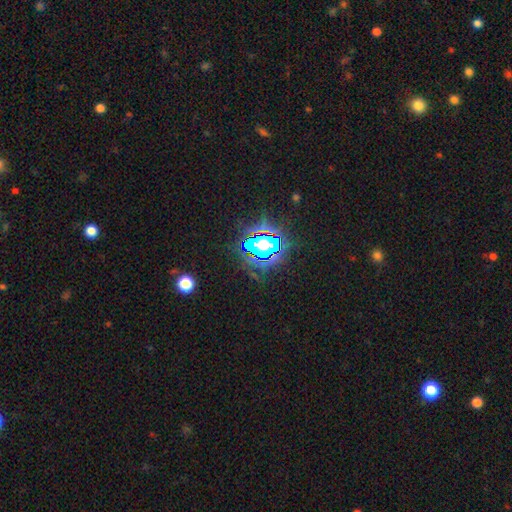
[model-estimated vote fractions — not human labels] Overall: star or artifact (72%).